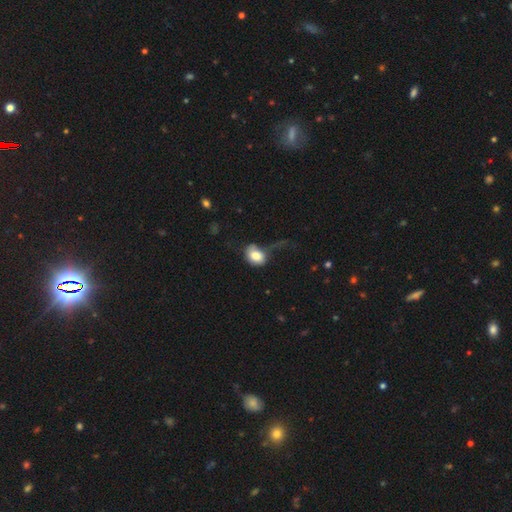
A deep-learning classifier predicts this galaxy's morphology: smooth-or-featured: smooth: 77% | featured or disk: 15% | star or artifact: 8%
  how-rounded: in between: 62% | round: 37% | cigar-shaped: 1%
  merging: major disturbance: 42% | none: 26% | minor disturbance: 25% | merger: 7%